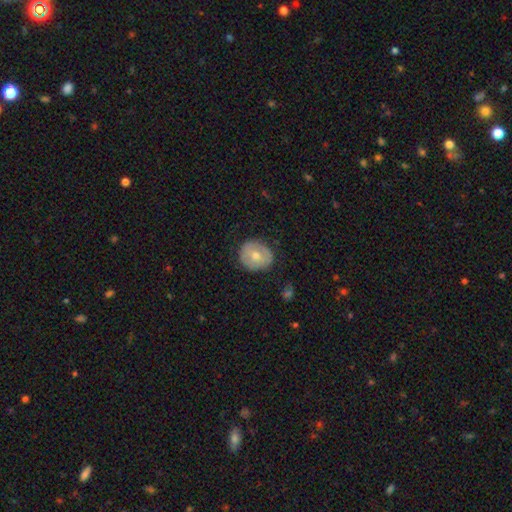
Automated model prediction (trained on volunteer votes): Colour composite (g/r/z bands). It shows a smooth galaxy with no disk features (60%) that is round (80%). Merging: none (83%).